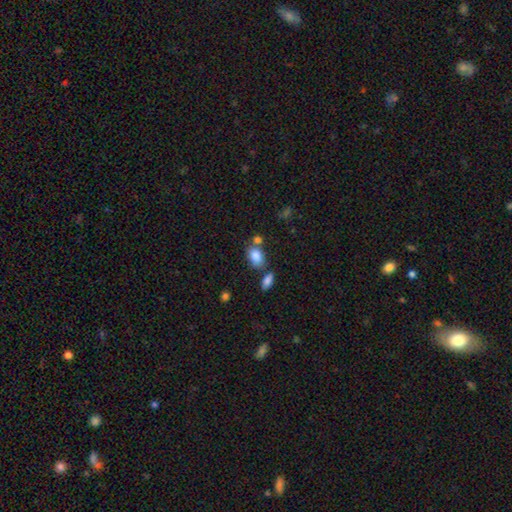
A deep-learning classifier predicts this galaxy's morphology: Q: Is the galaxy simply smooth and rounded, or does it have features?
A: smooth — 84%.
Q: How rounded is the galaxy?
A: in between — 84%.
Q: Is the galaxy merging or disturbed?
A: none — 56%.